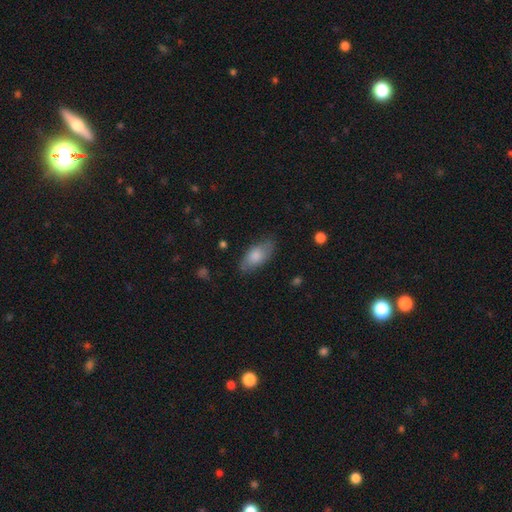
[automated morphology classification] smooth_or_featured: smooth (p=0.75) [alt: featured or disk p=0.19]
how_rounded: in between (p=0.89) [alt: cigar-shaped p=0.08]
merging: none (p=0.74) [alt: minor disturbance p=0.19]